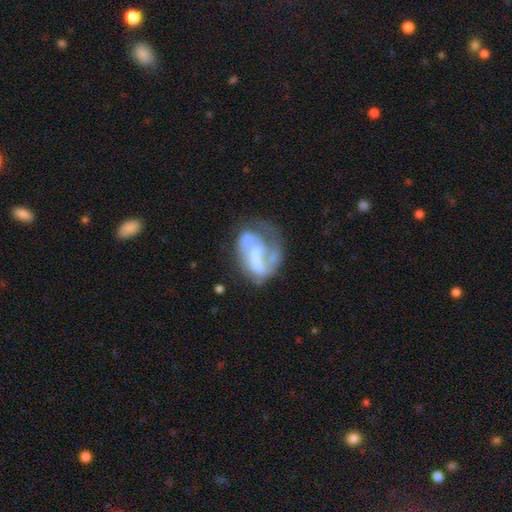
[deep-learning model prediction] Morphology: type=featured or disk (68%); edge-on=no (97%); bar=no (40%); spiral arms=yes (71%); bulge=none (45%); merging=none (37%).